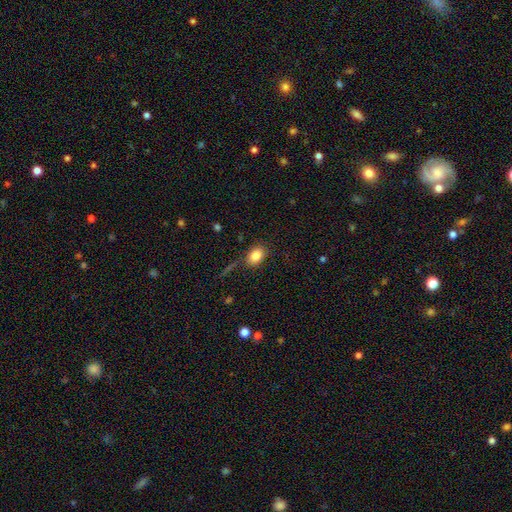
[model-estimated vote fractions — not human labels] The model was most divided on "how rounded": in between: 73%, round: 25%, cigar-shaped: 1%. More confident: smooth or featured — smooth (83%); merging — none (78%).